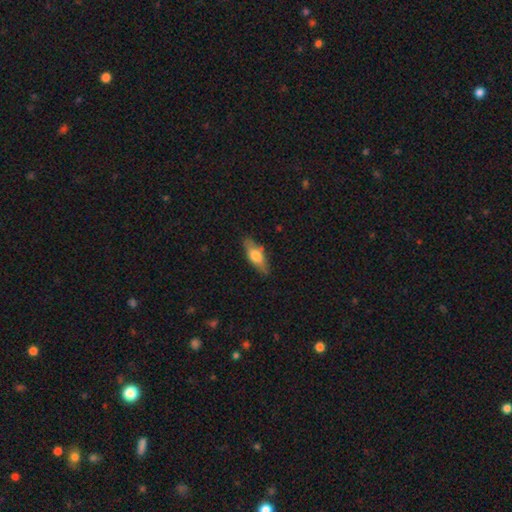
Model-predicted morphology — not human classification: smooth 61%, featured or disk 33%, star or artifact 6%. Down the decision tree: how rounded — in between (63%); merging — none (81%).